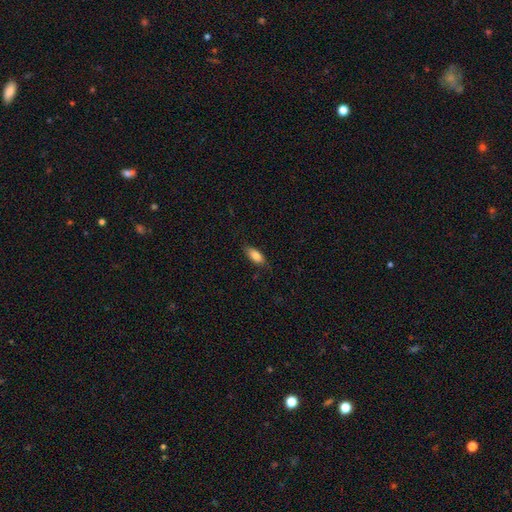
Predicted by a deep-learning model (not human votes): smooth-or-featured: smooth: 81% | featured or disk: 12% | star or artifact: 7%
  how-rounded: in between: 85% | cigar-shaped: 12% | round: 3%
  merging: none: 79% | minor disturbance: 16% | major disturbance: 3% | merger: 1%